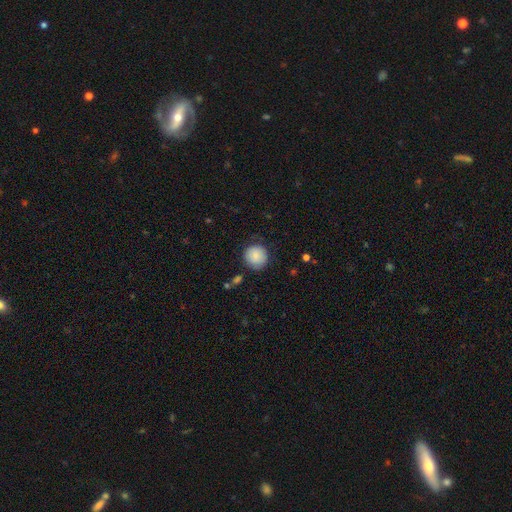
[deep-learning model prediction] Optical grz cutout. It shows a smooth galaxy with no disk features (86%) that is round (93%). Merging: none (81%).